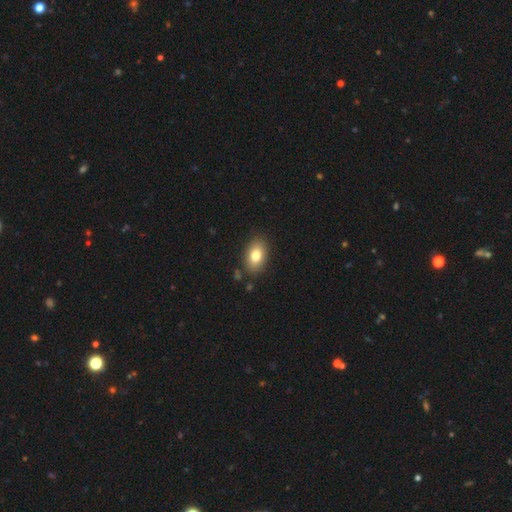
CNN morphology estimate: Q: Smooth or featured?
A: smooth (80%); runner-up: featured or disk (12%)
Q: How rounded?
A: in between (88%); runner-up: round (10%)
Q: Merging?
A: none (85%); runner-up: minor disturbance (10%)